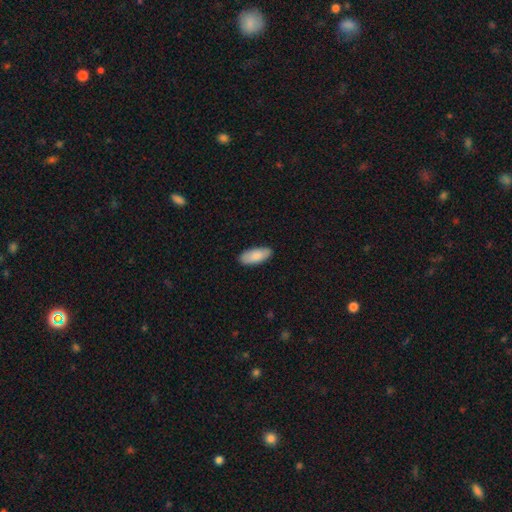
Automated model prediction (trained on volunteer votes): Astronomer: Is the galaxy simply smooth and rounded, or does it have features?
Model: smooth — 87%.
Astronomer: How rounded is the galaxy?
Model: in between — 86%.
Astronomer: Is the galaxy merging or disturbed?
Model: none — 88%.